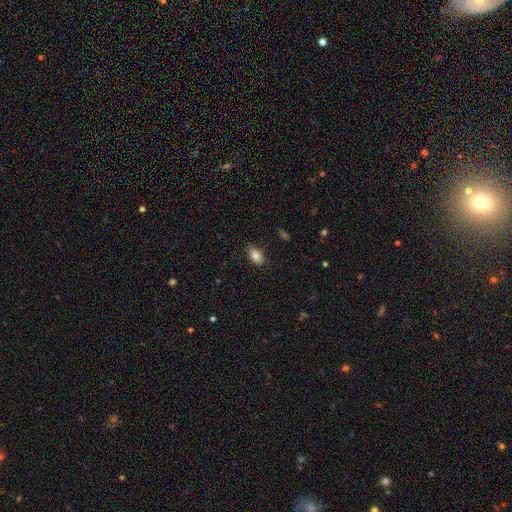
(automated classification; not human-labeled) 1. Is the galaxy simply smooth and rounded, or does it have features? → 82% smooth, 10% featured or disk, 8% star or artifact.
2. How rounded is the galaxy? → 90% in between, 7% round, 2% cigar-shaped.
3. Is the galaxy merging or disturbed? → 84% none, 12% minor disturbance, 2% major disturbance, 1% merger.